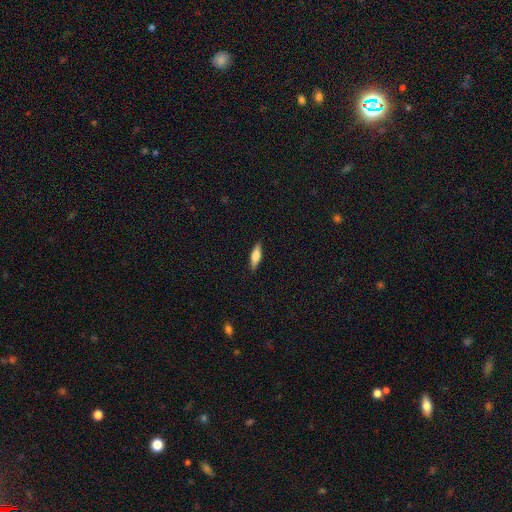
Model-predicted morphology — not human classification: smooth_or_featured: smooth (p=0.65) [alt: featured or disk p=0.29]
how_rounded: cigar-shaped (p=0.54) [alt: in between p=0.44]
merging: none (p=0.88) [alt: minor disturbance p=0.10]